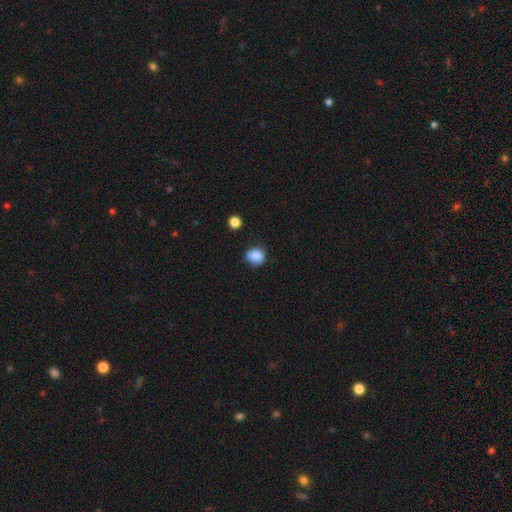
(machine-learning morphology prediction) Smooth or featured? smooth (86%)
How rounded? round (76%)
Merging? none (78%)